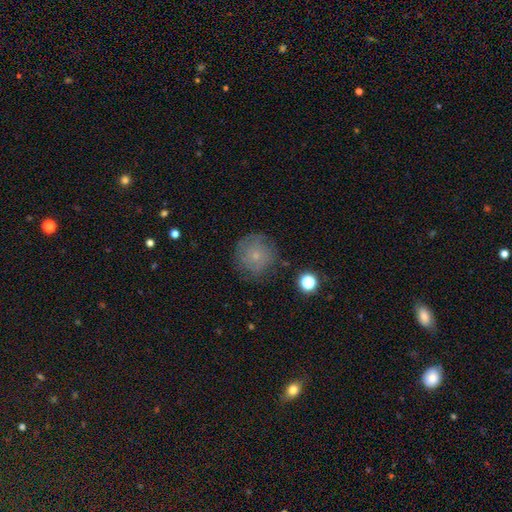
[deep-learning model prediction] smooth 59%, featured or disk 29%, star or artifact 12%. Down the decision tree: how rounded — round (93%); merging — none (75%).